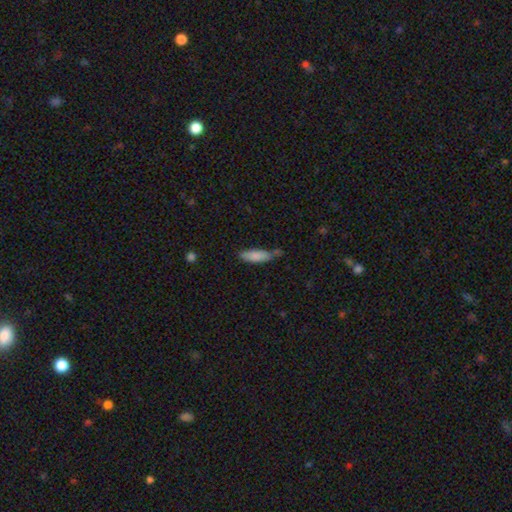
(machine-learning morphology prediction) This is clearly a smooth galaxy (84%). How rounded: possibly in between (55%). Merging: possibly none (57%).